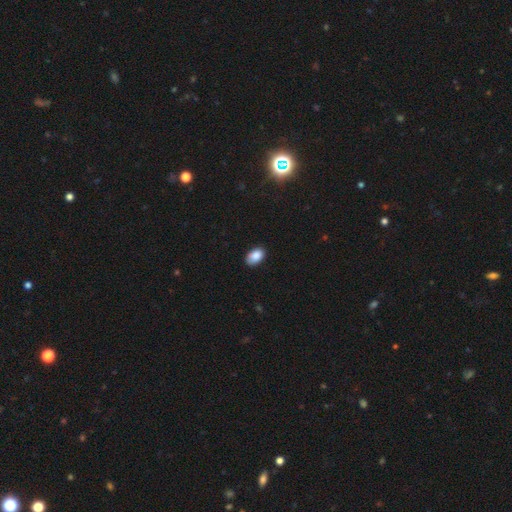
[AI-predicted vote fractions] This is clearly a smooth galaxy (88%). How rounded: clearly in between (91%). Merging: clearly none (80%).